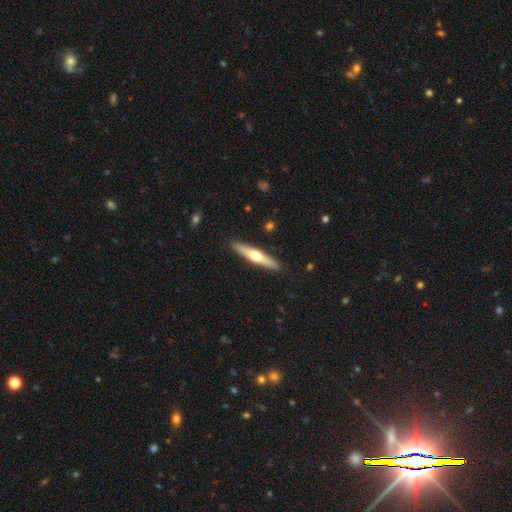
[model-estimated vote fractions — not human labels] The model was most divided on "smooth or featured": featured or disk: 54%, smooth: 41%, star or artifact: 5%. More confident: edge-on disk — yes (95%); edge-on bulge — rounded (92%); merging — none (91%).